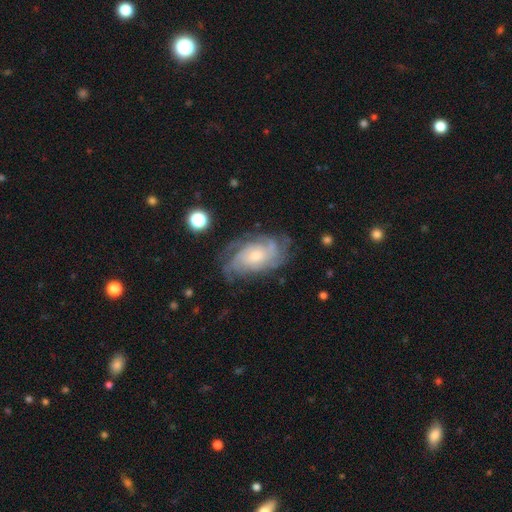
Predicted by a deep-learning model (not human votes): Smooth or featured? Predicted: featured or disk (p=0.84). Edge-on disk? Predicted: no (p=0.96). Bar? Predicted: no (p=0.71). Spiral arms? Predicted: yes (p=0.96). Spiral winding? Predicted: tight (p=0.62). Spiral arm count? Predicted: can't tell (p=0.34). Bulge size? Predicted: small (p=0.45, tied with moderate). Merging? Predicted: none (p=0.72).